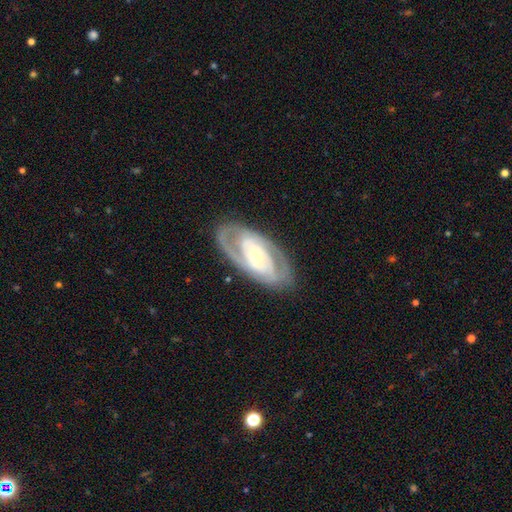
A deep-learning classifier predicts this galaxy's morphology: This is clearly a featured or disk galaxy (85%). It is clearly not viewed edge-on (93%). Bar: possibly no (55%). Spiral arm pattern: clearly yes (90%). Spiral arm count: likely 2 (67%). Spiral winding: possibly tight (58%). Central bulge: possibly small (57%). Merging: clearly none (81%).